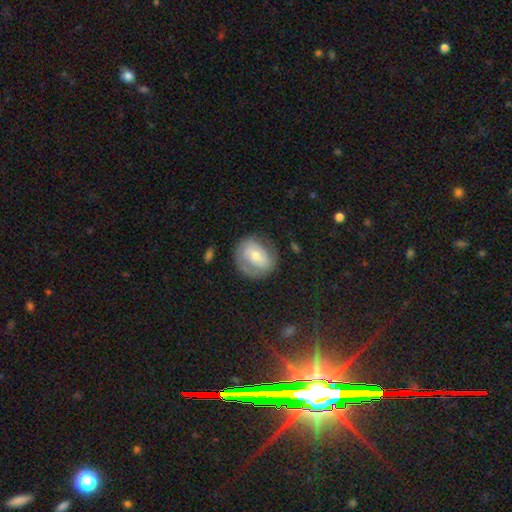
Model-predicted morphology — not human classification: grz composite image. It shows a featured or disk galaxy (48%). Merging: none (68%).